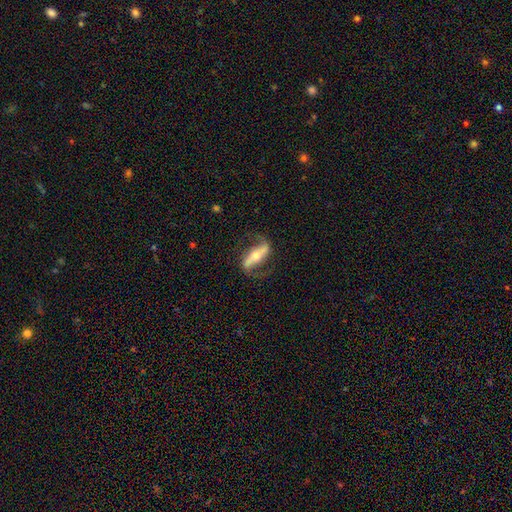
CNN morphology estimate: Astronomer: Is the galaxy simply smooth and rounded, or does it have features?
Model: featured or disk — 82%.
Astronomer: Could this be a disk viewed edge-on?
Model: no — 81%.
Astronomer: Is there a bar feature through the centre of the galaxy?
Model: strong — 68%.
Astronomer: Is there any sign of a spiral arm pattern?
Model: yes — 91%.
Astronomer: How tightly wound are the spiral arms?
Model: loose — 54% (runner-up: medium, 34%).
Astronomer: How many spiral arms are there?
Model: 2 — 91%.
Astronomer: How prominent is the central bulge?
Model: moderate — 51% (runner-up: small, 39%).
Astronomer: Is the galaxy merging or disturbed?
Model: none — 75%.